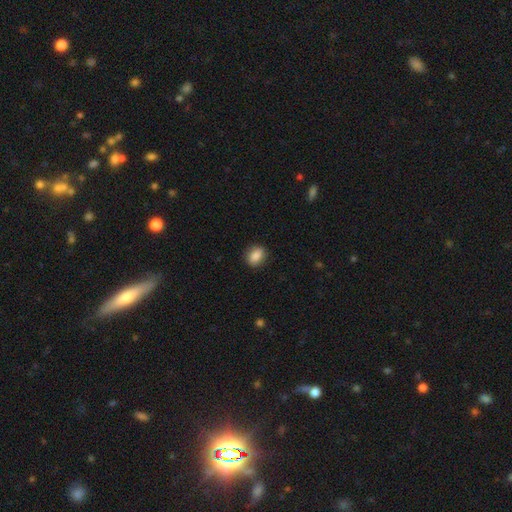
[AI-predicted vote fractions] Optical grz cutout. It shows a smooth galaxy with no disk features (85%) that is round (50%). Merging: none (88%).